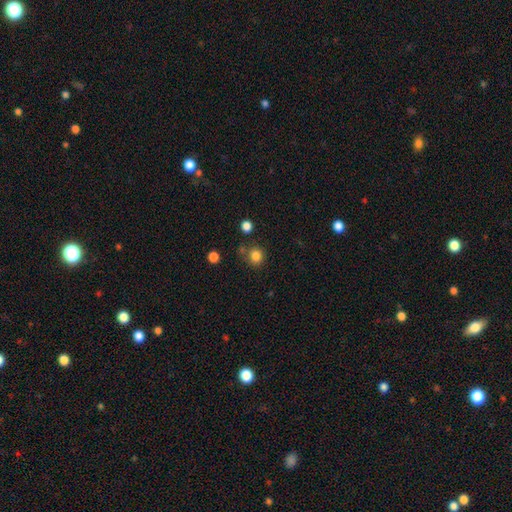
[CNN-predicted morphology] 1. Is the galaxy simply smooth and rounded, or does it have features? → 83% smooth, 13% star or artifact, 5% featured or disk.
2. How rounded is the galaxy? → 85% round, 14% in between, 1% cigar-shaped.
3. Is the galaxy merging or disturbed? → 75% none, 11% minor disturbance, 10% merger, 4% major disturbance.